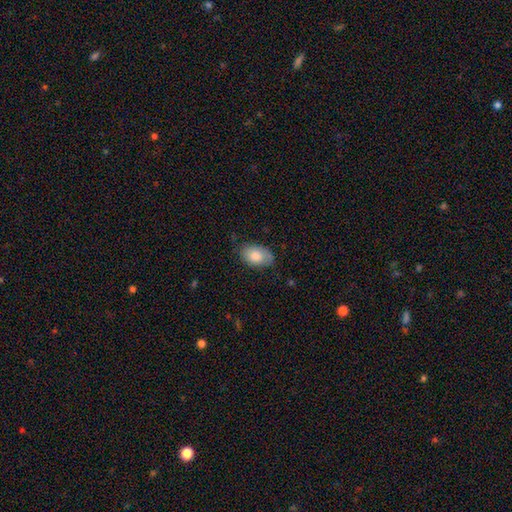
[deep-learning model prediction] Smooth or featured? Predicted: smooth (p=0.81). How rounded? Predicted: in between (p=0.91). Merging? Predicted: none (p=0.70).